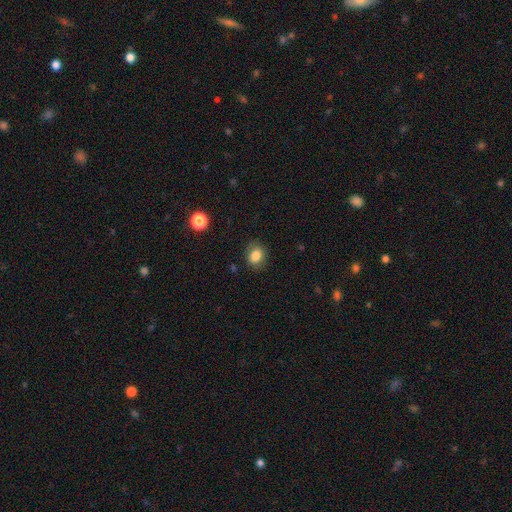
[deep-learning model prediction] Overall: smooth (83%). How rounded: in between (52%; round 47%). Merging: none (80%).